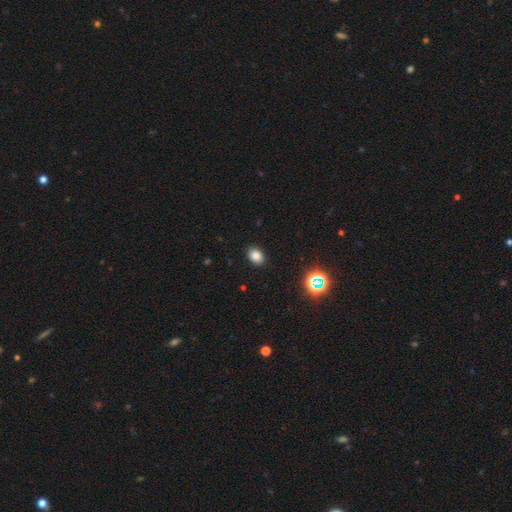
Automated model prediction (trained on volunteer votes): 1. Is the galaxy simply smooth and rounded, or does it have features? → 81% smooth, 13% star or artifact, 5% featured or disk.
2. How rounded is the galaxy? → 69% in between, 30% round, 1% cigar-shaped.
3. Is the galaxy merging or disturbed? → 90% none, 7% minor disturbance, 2% major disturbance, 1% merger.